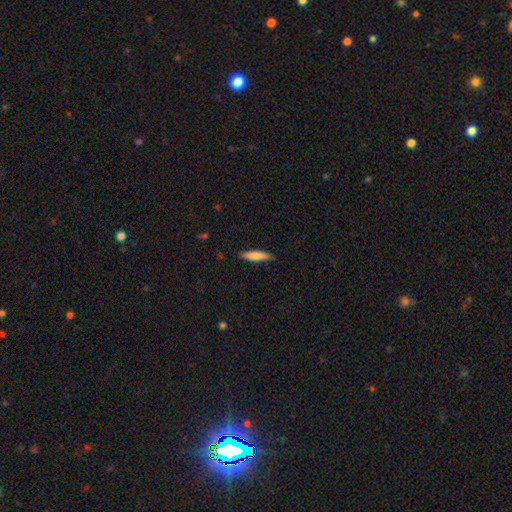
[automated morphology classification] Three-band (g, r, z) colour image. It shows a smooth galaxy with no disk features (76%) that is cigar-shaped (76%). Merging: none (87%).